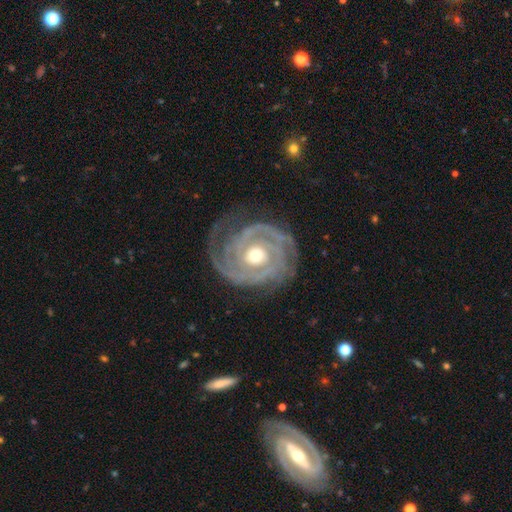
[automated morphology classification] Smooth or featured: featured or disk — 91% (smooth — 4%)
Edge-on disk: no — 97% (yes — 3%)
Bar: no — 77% (weak — 17%)
Spiral arms: yes — 97% (no — 3%)
Spiral winding: tight — 78% (medium — 19%)
Spiral arm count: 2 — 32% (3 — 23%)
Bulge size: moderate — 70% (small — 18%)
Merging: none — 72% (minor disturbance — 18%)